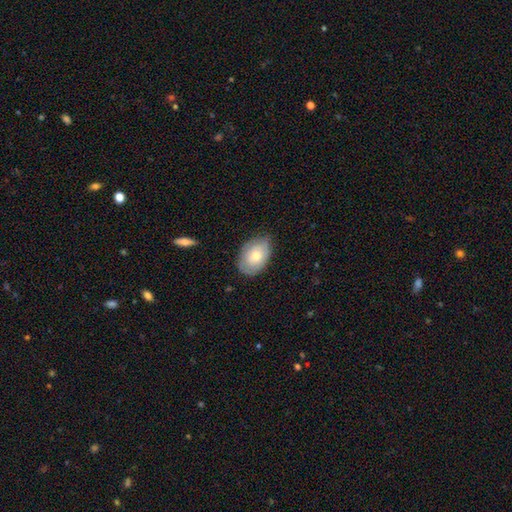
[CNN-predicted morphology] Overall: smooth (57%; featured or disk 36%). How rounded: in between (84%). Merging: none (71%).